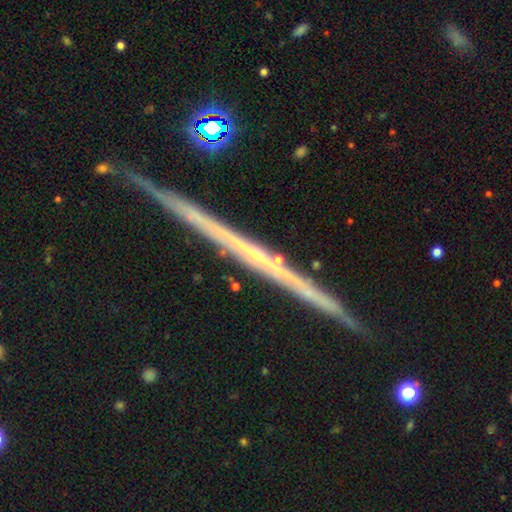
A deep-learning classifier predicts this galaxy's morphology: Overall: featured or disk (79%). Edge-on disk: yes (98%). Edge-on bulge: none (73%). Merging: none (88%).